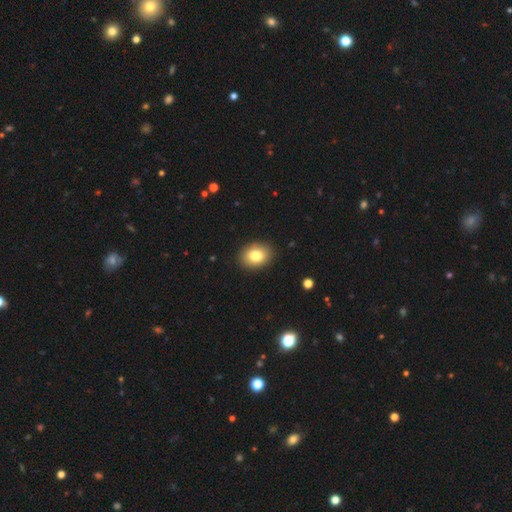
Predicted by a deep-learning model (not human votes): smooth 82%, featured or disk 9%, star or artifact 9%. Down the decision tree: how rounded — in between (64%); merging — none (89%).